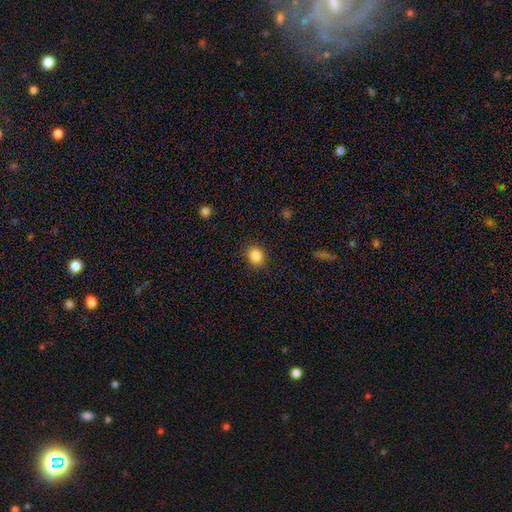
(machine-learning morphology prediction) Smooth or featured? smooth (85%)
How rounded? round (67%)
Merging? none (87%)